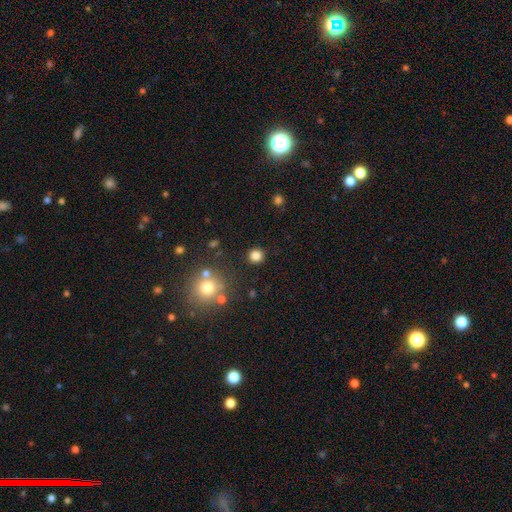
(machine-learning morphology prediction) smooth 82%, star or artifact 13%, featured or disk 4%. Down the decision tree: how rounded — round (91%); merging — none (89%).